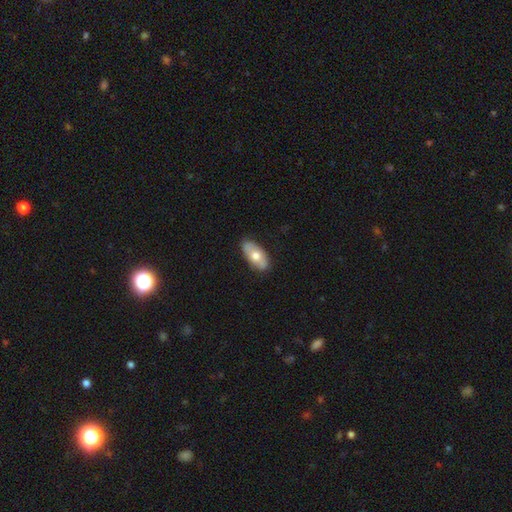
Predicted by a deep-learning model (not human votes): A smooth galaxy with no disk features (63%) that is in between round and cigar-shaped (90%). Merging: none (82%).